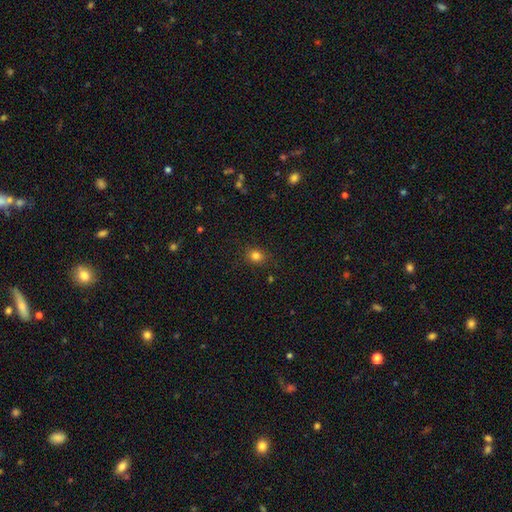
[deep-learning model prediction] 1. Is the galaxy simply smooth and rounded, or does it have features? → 82% smooth, 13% star or artifact, 5% featured or disk.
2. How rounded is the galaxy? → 66% round, 33% in between, 1% cigar-shaped.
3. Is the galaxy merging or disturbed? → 85% none, 11% minor disturbance, 3% major disturbance, 1% merger.